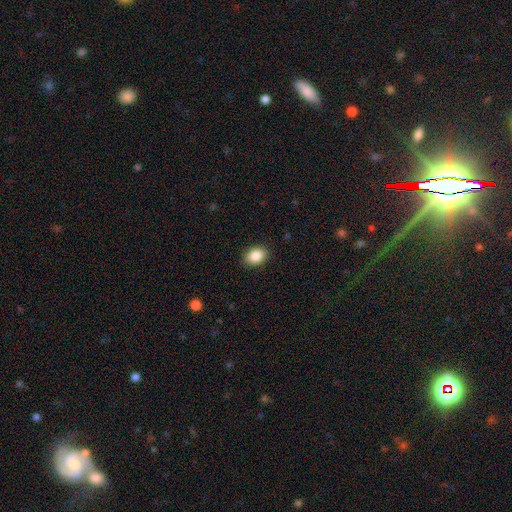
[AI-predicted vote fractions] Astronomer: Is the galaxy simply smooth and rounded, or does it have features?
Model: smooth — 87%.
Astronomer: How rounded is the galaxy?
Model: in between — 70%.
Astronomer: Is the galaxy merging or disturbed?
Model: none — 89%.